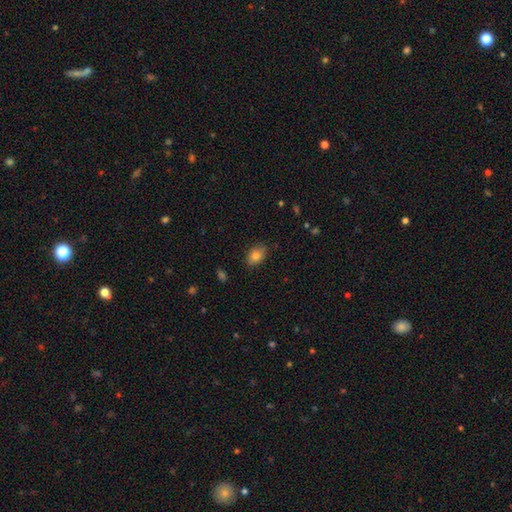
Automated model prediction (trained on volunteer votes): smooth_or_featured: smooth (p=0.81) [alt: featured or disk p=0.10]
how_rounded: in between (p=0.86) [alt: round p=0.13]
merging: none (p=0.84) [alt: minor disturbance p=0.13]